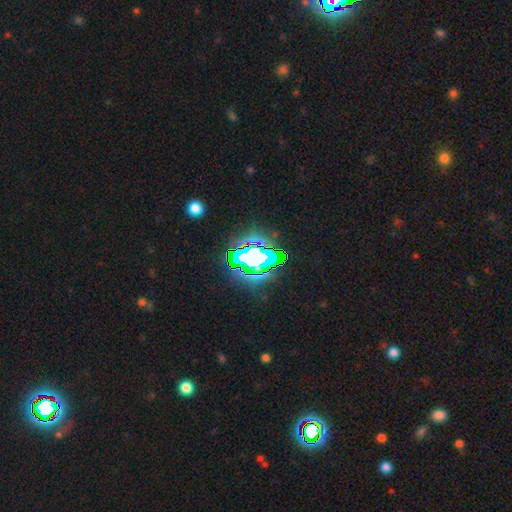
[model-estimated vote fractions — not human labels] Q: Smooth or featured?
A: star or artifact (62%); runner-up: featured or disk (19%)